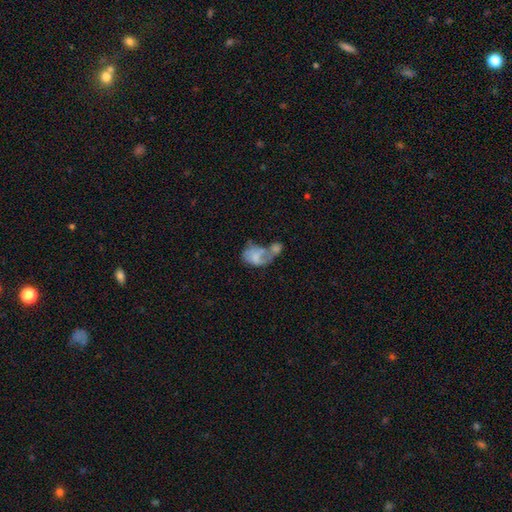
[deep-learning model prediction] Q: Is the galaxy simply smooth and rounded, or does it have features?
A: smooth — 54%.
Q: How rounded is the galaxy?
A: in between — 78%.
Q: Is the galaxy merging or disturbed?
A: merger — 58%.